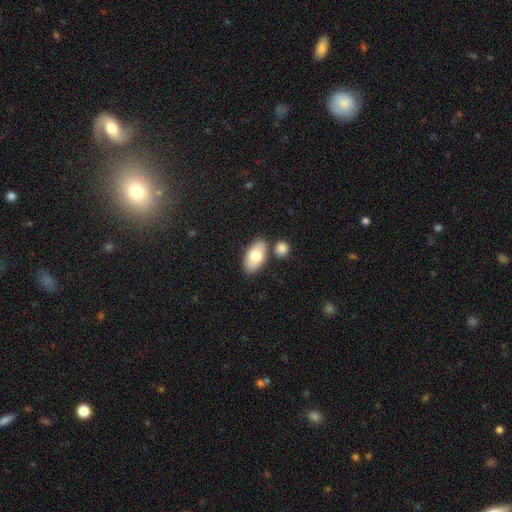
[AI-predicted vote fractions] smooth_or_featured: smooth (p=0.74) [alt: featured or disk p=0.20]
how_rounded: in between (p=0.93) [alt: round p=0.04]
merging: none (p=0.73) [alt: merger p=0.13]